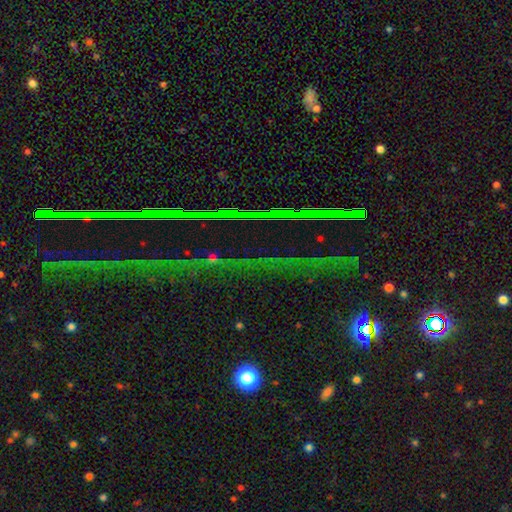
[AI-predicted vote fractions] Q: Smooth or featured?
A: star or artifact (78%); runner-up: featured or disk (12%)